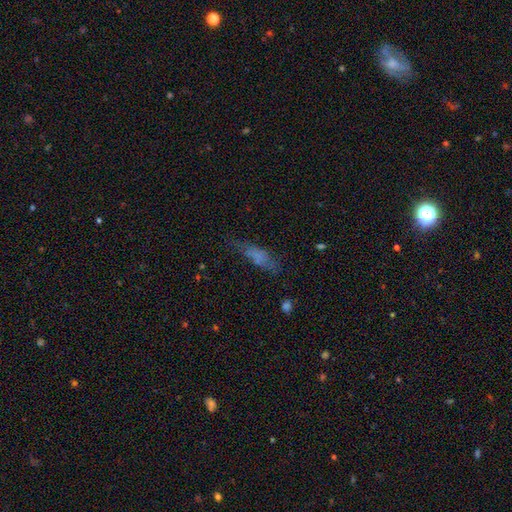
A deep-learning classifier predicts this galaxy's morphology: Q: Smooth or featured?
A: smooth (56%); runner-up: featured or disk (27%)
Q: How rounded?
A: cigar-shaped (58%); runner-up: in between (39%)
Q: Merging?
A: none (55%); runner-up: minor disturbance (26%)